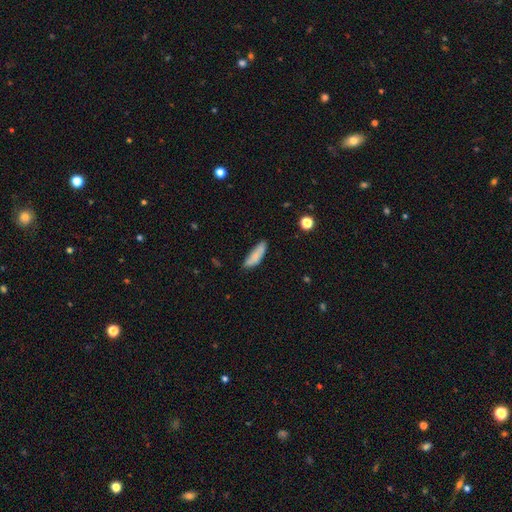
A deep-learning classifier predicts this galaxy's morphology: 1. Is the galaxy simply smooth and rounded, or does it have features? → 82% smooth, 12% featured or disk, 7% star or artifact.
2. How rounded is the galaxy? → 54% cigar-shaped, 44% in between, 2% round.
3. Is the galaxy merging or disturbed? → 71% none, 22% minor disturbance, 4% major disturbance, 2% merger.